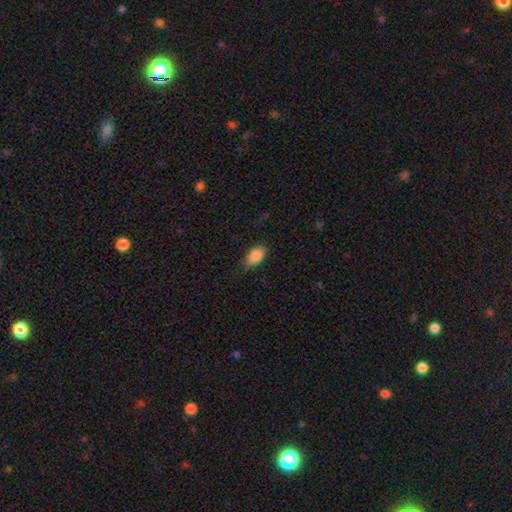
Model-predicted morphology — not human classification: smooth-or-featured: smooth: 87% | star or artifact: 7% | featured or disk: 6%
  how-rounded: in between: 92% | round: 5% | cigar-shaped: 3%
  merging: none: 75% | minor disturbance: 19% | major disturbance: 4% | merger: 1%